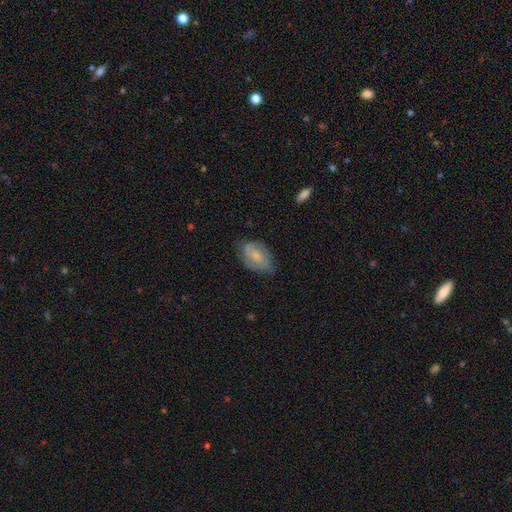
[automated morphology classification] Smooth or featured: smooth — 51% (featured or disk — 42%)
How rounded: in between — 87% (round — 12%)
Merging: none — 61% (minor disturbance — 30%)